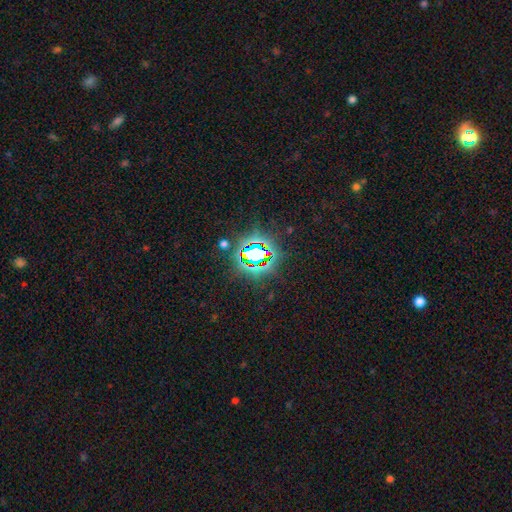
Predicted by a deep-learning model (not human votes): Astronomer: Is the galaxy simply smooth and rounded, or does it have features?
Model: star or artifact — 82%.